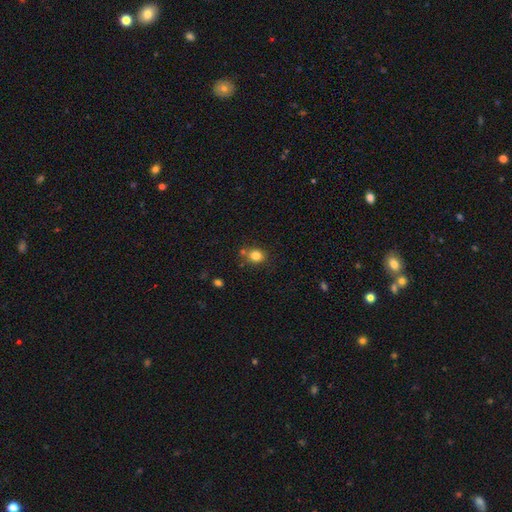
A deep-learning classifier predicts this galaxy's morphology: Smooth or featured: smooth — 81% (star or artifact — 12%)
How rounded: round — 67% (in between — 32%)
Merging: none — 71% (minor disturbance — 13%)